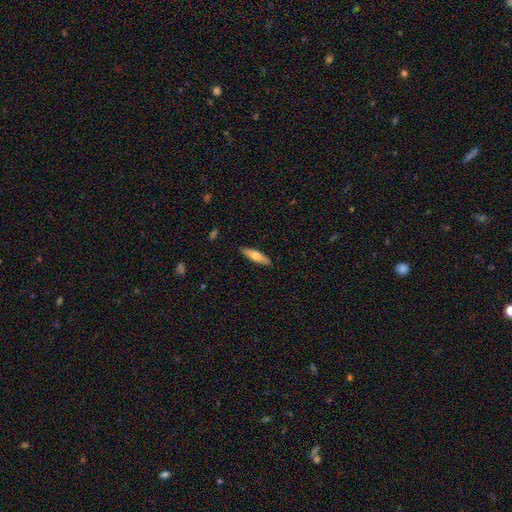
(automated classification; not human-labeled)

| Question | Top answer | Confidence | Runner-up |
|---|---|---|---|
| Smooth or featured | smooth | 60% | featured or disk (34%) |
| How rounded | cigar-shaped | 71% | in between (27%) |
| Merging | none | 90% | minor disturbance (8%) |